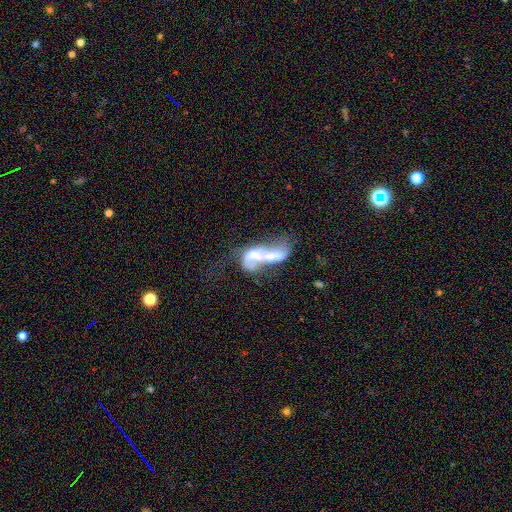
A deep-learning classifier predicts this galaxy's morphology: type=featured or disk (60%); edge-on=no (93%); bar=no (67%); spiral arms=no (71%); bulge=moderate (35%); merging=merger (67%).